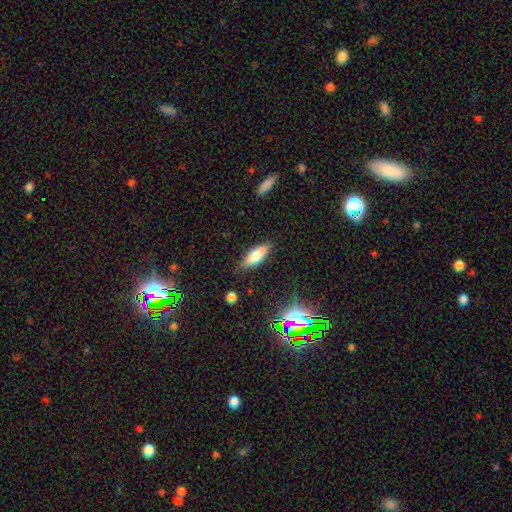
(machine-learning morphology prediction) A smooth galaxy with no disk features (69%) that is in between round and cigar-shaped (65%). Merging: none (78%).